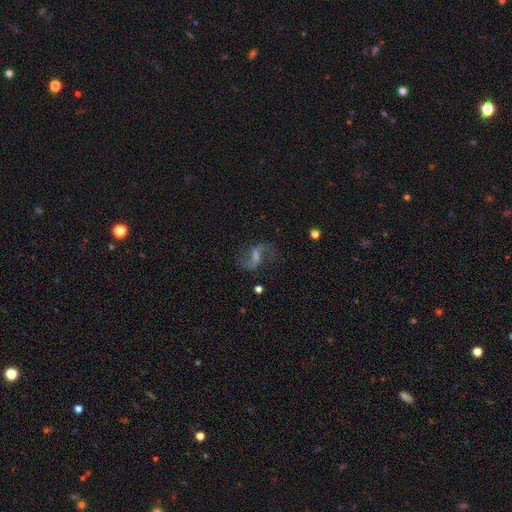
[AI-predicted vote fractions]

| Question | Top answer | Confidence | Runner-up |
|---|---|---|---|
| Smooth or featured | featured or disk | 82% | star or artifact (10%) |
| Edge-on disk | no | 97% | yes (3%) |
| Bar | weak | 51% | strong (30%) |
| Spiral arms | yes | 95% | no (5%) |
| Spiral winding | loose | 74% | medium (22%) |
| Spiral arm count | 2 | 92% | can't tell (2%) |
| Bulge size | none | 39% | small (33%) |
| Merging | none | 76% | minor disturbance (12%) |